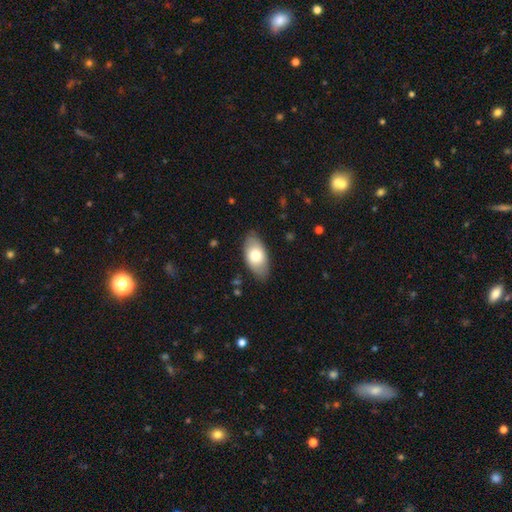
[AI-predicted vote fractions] A smooth galaxy with no disk features (72%) that is in between round and cigar-shaped (93%).

Vote fractions:
- Smooth or featured? smooth: 72% / featured or disk: 22% / star or artifact: 6%
- How rounded? in between: 93% / round: 4% / cigar-shaped: 3%
- Merging? none: 83% / minor disturbance: 13% / major disturbance: 3% / merger: 1%